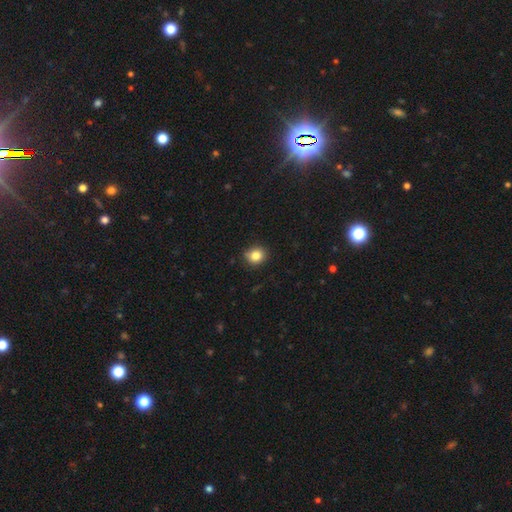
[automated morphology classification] Q: Smooth or featured?
A: smooth (84%); runner-up: star or artifact (10%)
Q: How rounded?
A: round (75%); runner-up: in between (24%)
Q: Merging?
A: none (82%); runner-up: minor disturbance (15%)